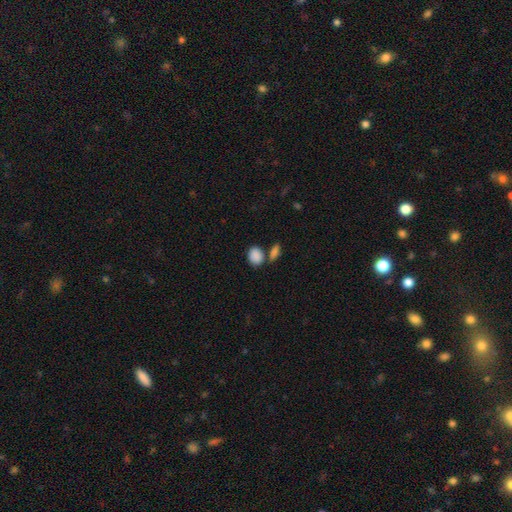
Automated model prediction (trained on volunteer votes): Overall: smooth (88%). How rounded: in between (66%; round 33%). Merging: none (61%; merger 23%).